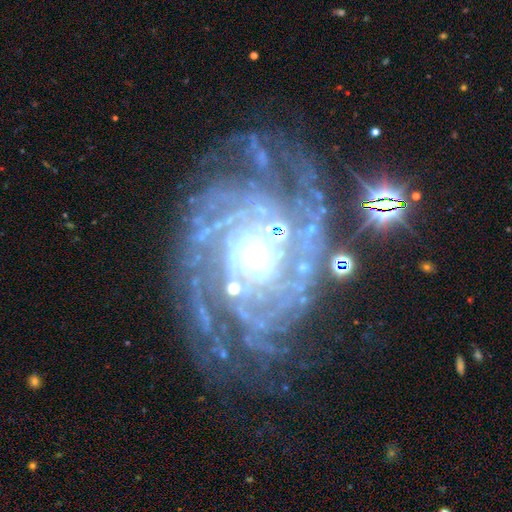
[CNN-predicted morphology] Q: Smooth or featured?
A: featured or disk (91%); runner-up: star or artifact (6%)
Q: Edge-on disk?
A: no (97%); runner-up: yes (3%)
Q: Bar?
A: no (69%); runner-up: weak (20%)
Q: Spiral arms?
A: yes (98%); runner-up: no (2%)
Q: Spiral winding?
A: tight (75%); runner-up: medium (21%)
Q: Spiral arm count?
A: more than 4 (27%); runner-up: can't tell (21%)
Q: Bulge size?
A: small (56%); runner-up: moderate (34%)
Q: Merging?
A: none (69%); runner-up: minor disturbance (18%)